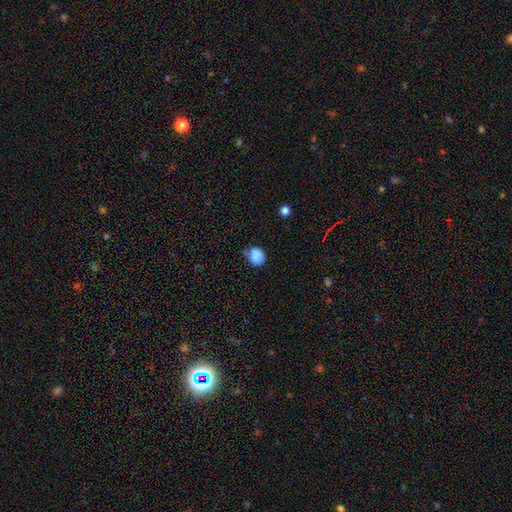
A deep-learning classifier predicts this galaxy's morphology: This appears to be a smooth galaxy with no disk features (82%) that is round (64%). Merging: none (57%).